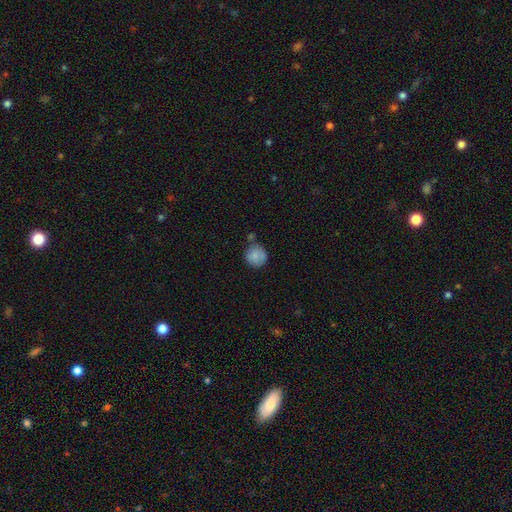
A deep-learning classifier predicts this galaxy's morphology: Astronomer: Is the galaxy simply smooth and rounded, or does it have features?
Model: smooth — 83%.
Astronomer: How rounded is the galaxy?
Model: round — 91%.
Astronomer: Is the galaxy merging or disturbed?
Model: none — 64%.